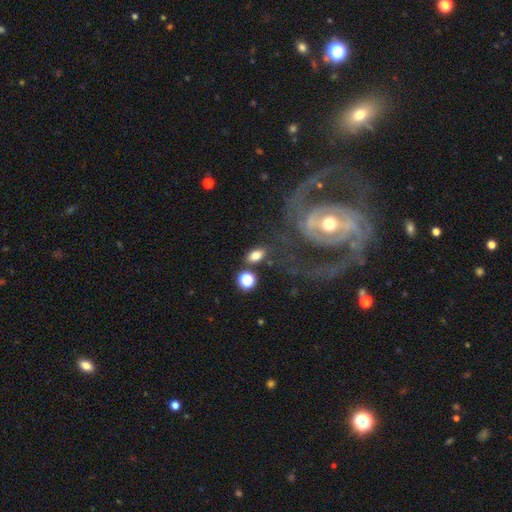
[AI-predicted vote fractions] This appears to be a smooth galaxy with no disk features (79%) that is in between round and cigar-shaped (84%). Merging: none (71%).